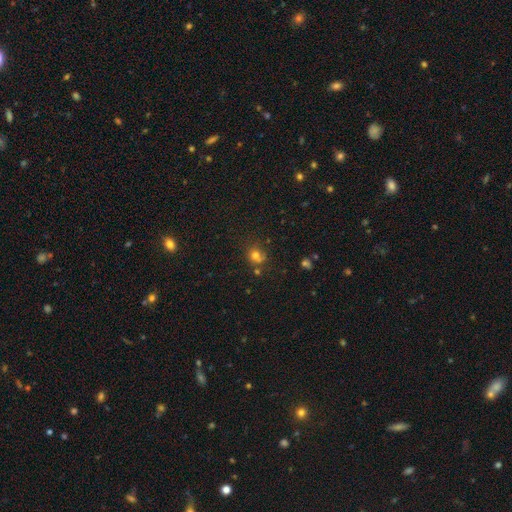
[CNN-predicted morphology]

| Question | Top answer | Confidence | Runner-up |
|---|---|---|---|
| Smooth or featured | smooth | 72% | star or artifact (17%) |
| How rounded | round | 80% | in between (19%) |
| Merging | none | 56% | minor disturbance (18%) |